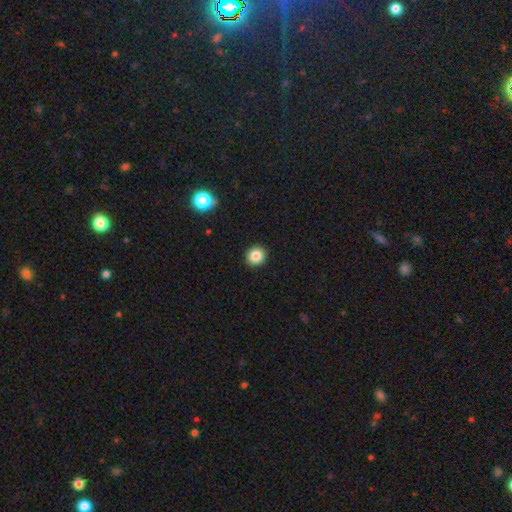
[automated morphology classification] Smooth or featured?
  - smooth: 85% *
  - star or artifact: 10%
  - featured or disk: 4%
How rounded?
  - round: 89% *
  - in between: 10%
  - cigar-shaped: 1%
Merging?
  - none: 92% *
  - minor disturbance: 5%
  - major disturbance: 2%
  - merger: 1%